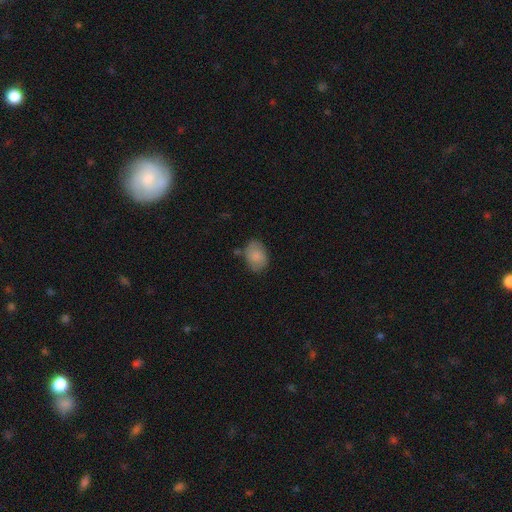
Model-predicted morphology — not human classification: Smooth or featured?
  - smooth: 80% *
  - featured or disk: 13%
  - star or artifact: 7%
How rounded?
  - in between: 79% *
  - round: 20%
  - cigar-shaped: 1%
Merging?
  - none: 70% *
  - minor disturbance: 20%
  - major disturbance: 5%
  - merger: 5%